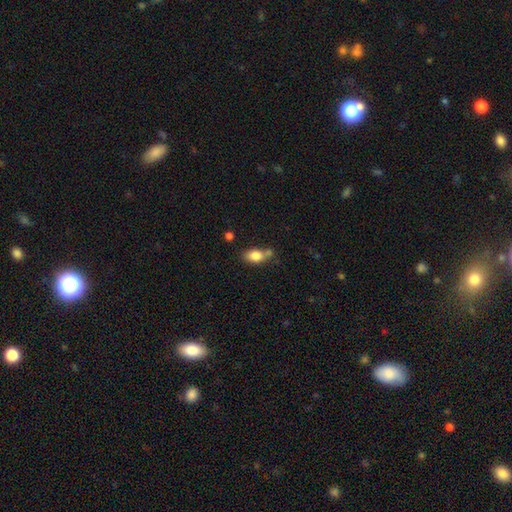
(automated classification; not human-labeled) Q: Smooth or featured?
A: smooth (81%); runner-up: featured or disk (11%)
Q: How rounded?
A: in between (85%); runner-up: round (10%)
Q: Merging?
A: none (54%); runner-up: minor disturbance (20%)